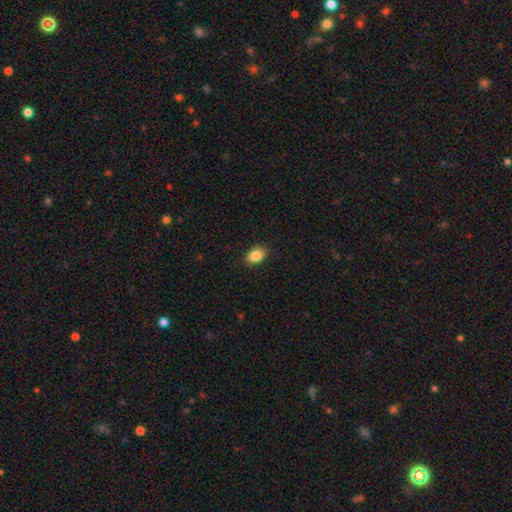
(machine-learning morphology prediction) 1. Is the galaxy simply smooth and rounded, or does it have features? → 86% smooth, 8% star or artifact, 5% featured or disk.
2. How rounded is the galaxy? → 78% in between, 21% round, 1% cigar-shaped.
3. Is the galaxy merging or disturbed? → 87% none, 10% minor disturbance, 2% major disturbance, 1% merger.